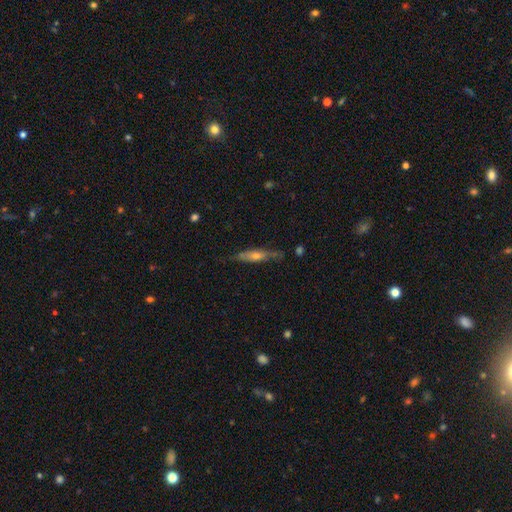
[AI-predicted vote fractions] smooth-or-featured: featured or disk: 58% | smooth: 35% | star or artifact: 7%
  disk-edge-on: yes: 82% | no: 18%
  merging: none: 73% | minor disturbance: 19% | major disturbance: 5% | merger: 2%